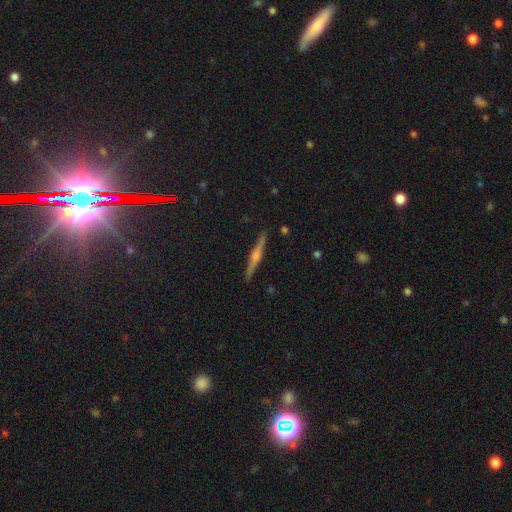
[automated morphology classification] smooth-or-featured: featured or disk: 73% | smooth: 19% | star or artifact: 8%
  disk-edge-on: yes: 98% | no: 2%
    edge-on-bulge: rounded: 79% | boxy: 11% | none: 10%
  merging: none: 92% | minor disturbance: 6% | major disturbance: 1% | merger: 1%